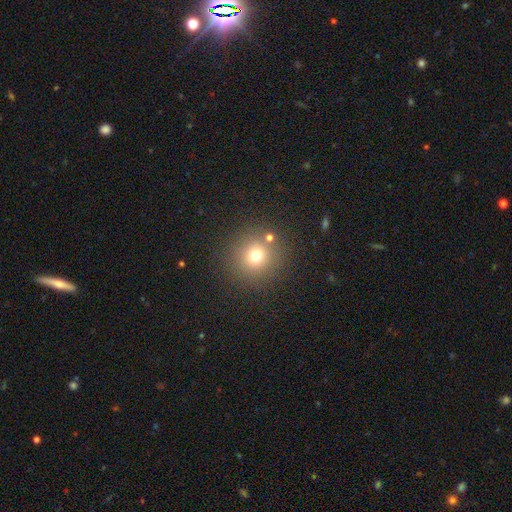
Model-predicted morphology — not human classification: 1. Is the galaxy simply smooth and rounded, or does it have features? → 71% smooth, 18% star or artifact, 10% featured or disk.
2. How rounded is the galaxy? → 93% round, 6% in between, 1% cigar-shaped.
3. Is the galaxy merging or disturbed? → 83% none, 8% minor disturbance, 6% merger, 4% major disturbance.